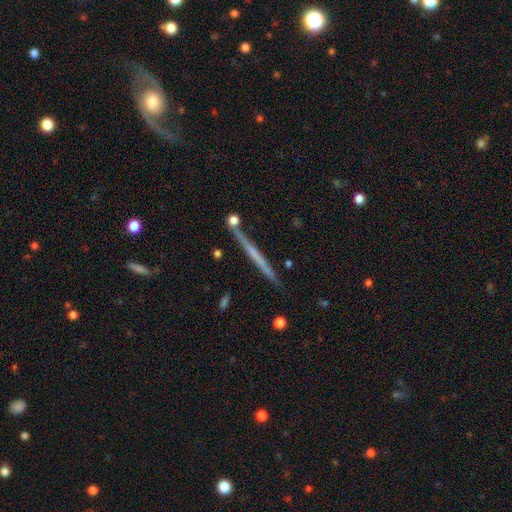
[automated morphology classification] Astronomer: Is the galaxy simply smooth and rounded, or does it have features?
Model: featured or disk — 59% (runner-up: smooth, 35%).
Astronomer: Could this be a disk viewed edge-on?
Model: yes — 97%.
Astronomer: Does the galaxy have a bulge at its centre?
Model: none — 84%.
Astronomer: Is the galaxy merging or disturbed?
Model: none — 86%.